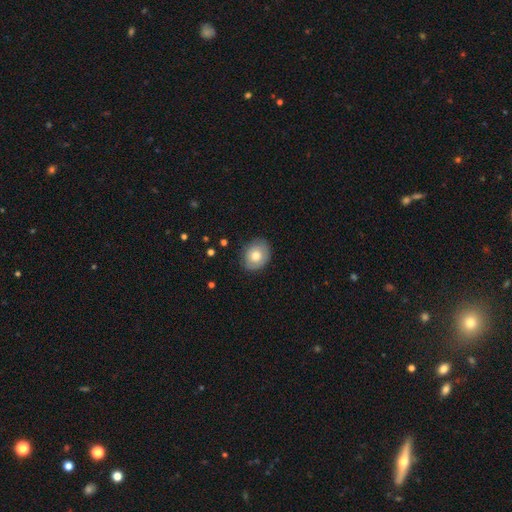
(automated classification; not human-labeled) This appears to be a smooth galaxy with no disk features (74%) that is round (50%, tied with in between). Merging: none (82%).